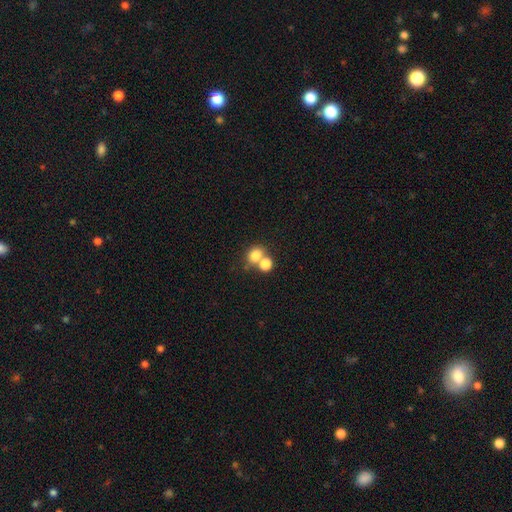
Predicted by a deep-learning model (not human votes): Overall: smooth (79%). How rounded: round (66%; in between 33%). Merging: merger (48%; none 41%).